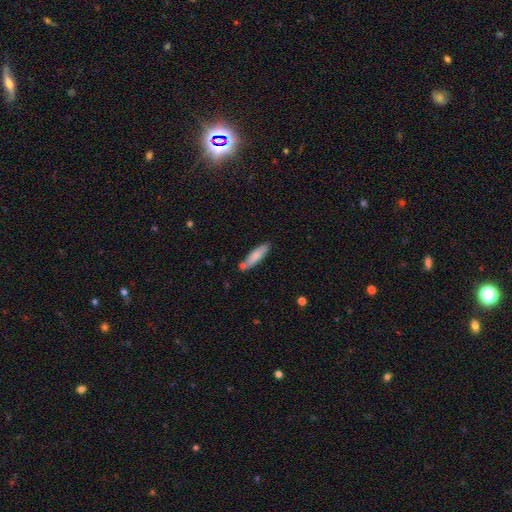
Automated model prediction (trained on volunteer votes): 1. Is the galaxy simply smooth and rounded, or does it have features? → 79% smooth, 15% featured or disk, 6% star or artifact.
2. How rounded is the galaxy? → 73% cigar-shaped, 26% in between, 1% round.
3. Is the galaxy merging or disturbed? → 76% none, 13% minor disturbance, 8% merger, 3% major disturbance.